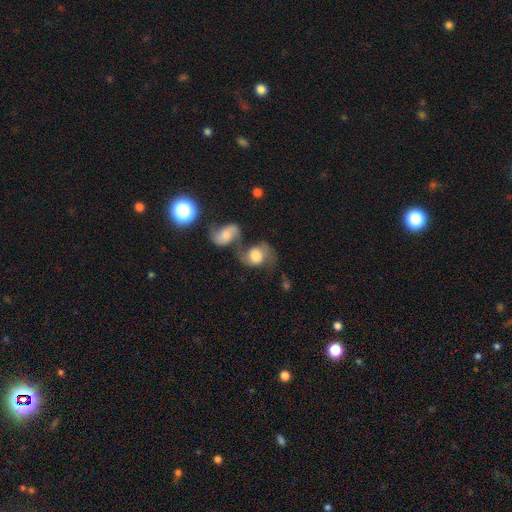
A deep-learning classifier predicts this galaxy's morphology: smooth_or_featured: smooth (p=0.47) [alt: featured or disk p=0.45]
merging: merger (p=0.43) [alt: none p=0.28]